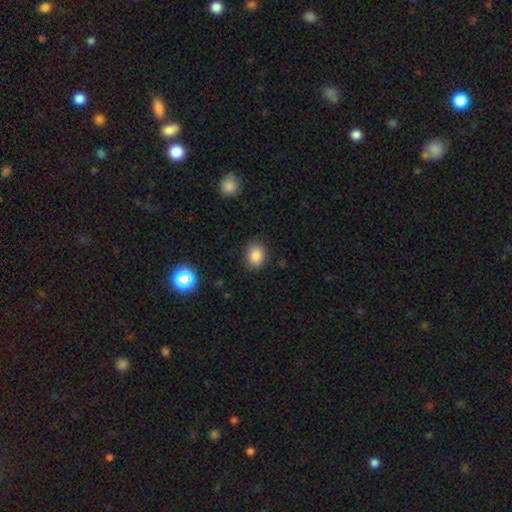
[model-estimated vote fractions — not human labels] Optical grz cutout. It shows a smooth galaxy with no disk features (85%) that is round (50%). Merging: none (86%).